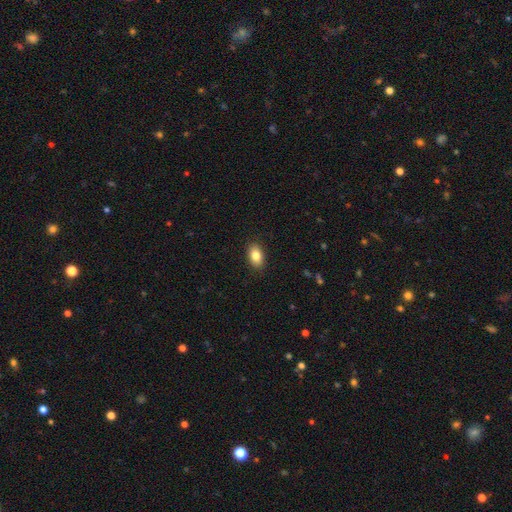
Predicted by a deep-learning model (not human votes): Smooth or featured? smooth (84%)
How rounded? in between (89%)
Merging? none (88%)